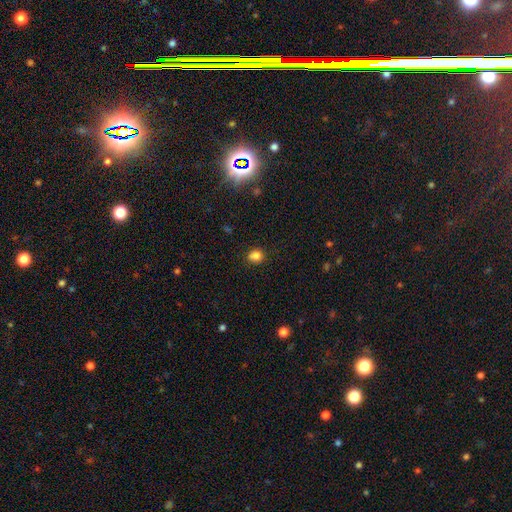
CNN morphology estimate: smooth-or-featured: smooth: 81% | star or artifact: 13% | featured or disk: 6%
  how-rounded: round: 76% | in between: 23% | cigar-shaped: 1%
  merging: none: 80% | minor disturbance: 13% | merger: 3% | major disturbance: 3%